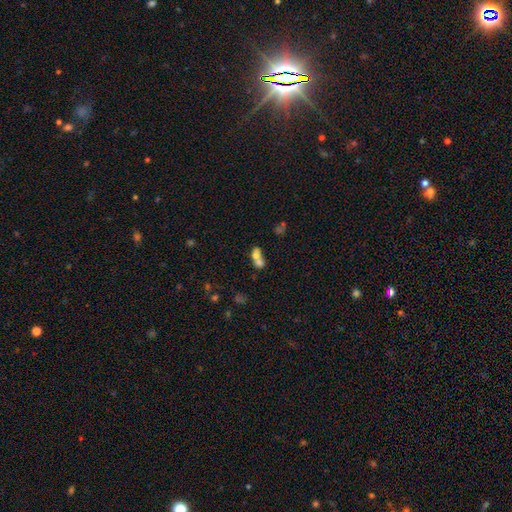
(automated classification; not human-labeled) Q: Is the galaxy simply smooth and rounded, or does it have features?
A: smooth — 66%.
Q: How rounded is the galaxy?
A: round — 49%.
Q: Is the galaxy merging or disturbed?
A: merger — 71%.